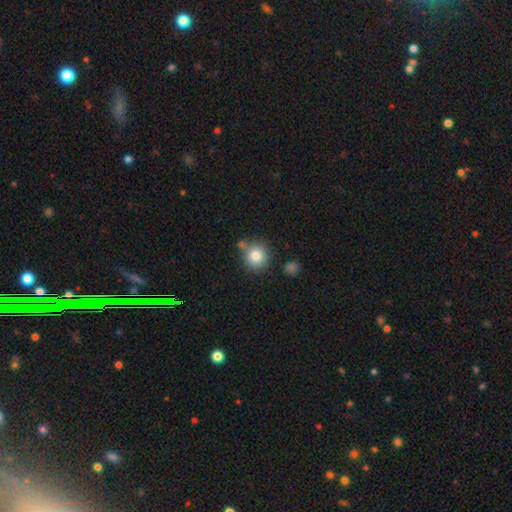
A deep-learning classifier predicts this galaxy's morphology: smooth-or-featured: smooth: 82% | star or artifact: 10% | featured or disk: 8%
  how-rounded: round: 91% | in between: 8% | cigar-shaped: 1%
  merging: none: 73% | minor disturbance: 12% | merger: 12% | major disturbance: 3%